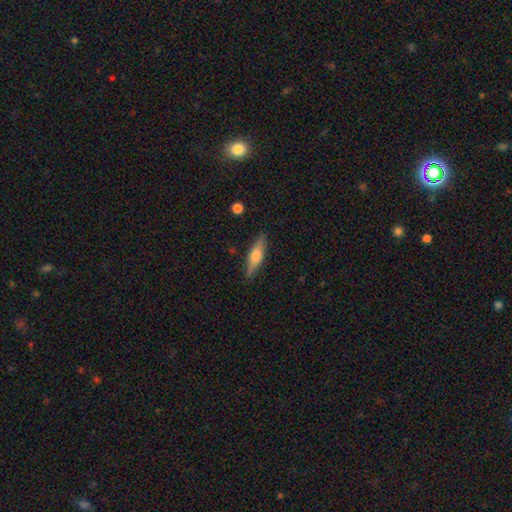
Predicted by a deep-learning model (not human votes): This is possibly a smooth galaxy (50%). Merging: clearly none (86%).